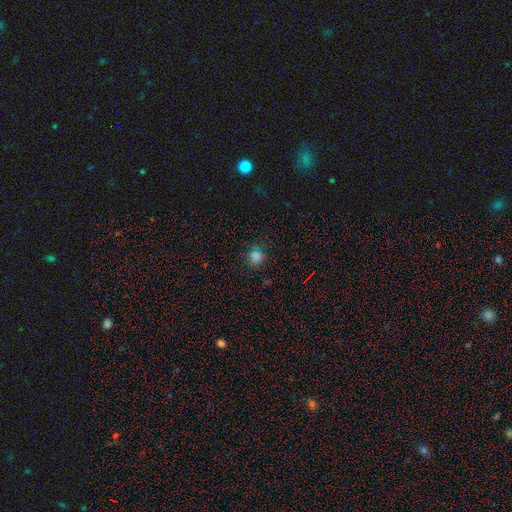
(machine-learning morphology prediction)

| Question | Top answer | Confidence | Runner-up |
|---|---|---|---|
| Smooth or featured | smooth | 68% | star or artifact (27%) |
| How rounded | round | 83% | in between (16%) |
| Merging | none | 81% | minor disturbance (12%) |